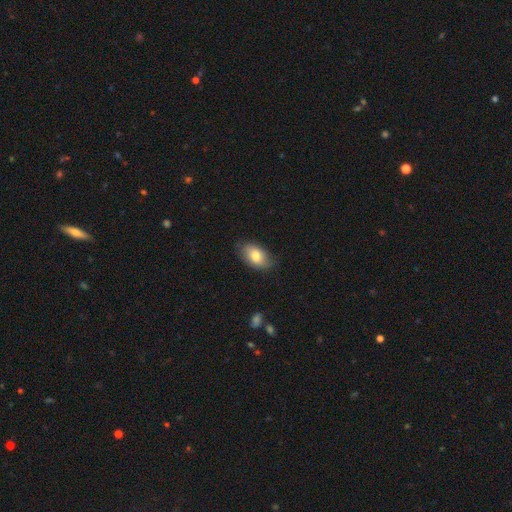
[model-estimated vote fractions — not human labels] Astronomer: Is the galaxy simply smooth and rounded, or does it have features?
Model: smooth — 80%.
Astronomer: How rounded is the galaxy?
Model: in between — 92%.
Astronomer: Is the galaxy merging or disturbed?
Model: none — 80%.